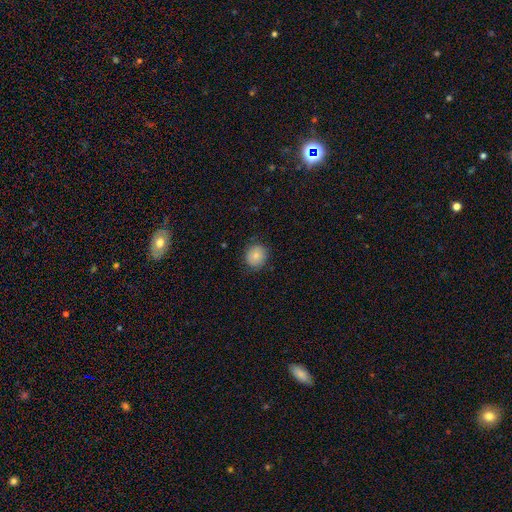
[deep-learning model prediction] A smooth galaxy with no disk features (78%) that is round (83%). Merging: none (80%).